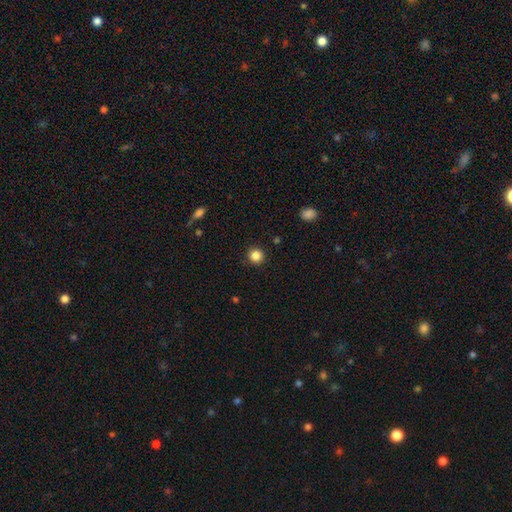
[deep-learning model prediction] smooth-or-featured: smooth: 85% | star or artifact: 11% | featured or disk: 3%
  how-rounded: round: 94% | in between: 5% | cigar-shaped: 1%
  merging: none: 91% | minor disturbance: 6% | major disturbance: 2% | merger: 1%